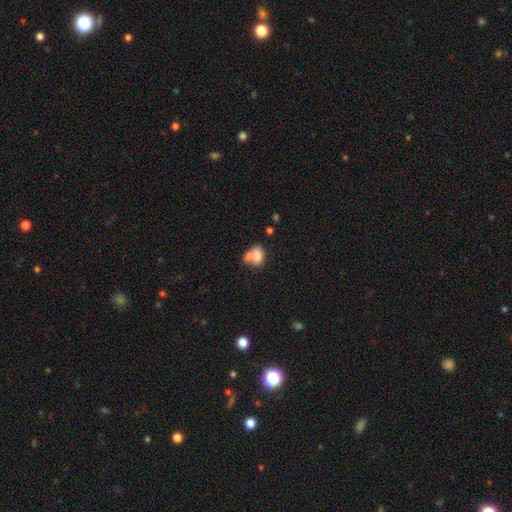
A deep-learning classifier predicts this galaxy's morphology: Q: Smooth or featured?
A: smooth (73%); runner-up: featured or disk (18%)
Q: How rounded?
A: in between (80%); runner-up: round (18%)
Q: Merging?
A: merger (59%); runner-up: none (22%)